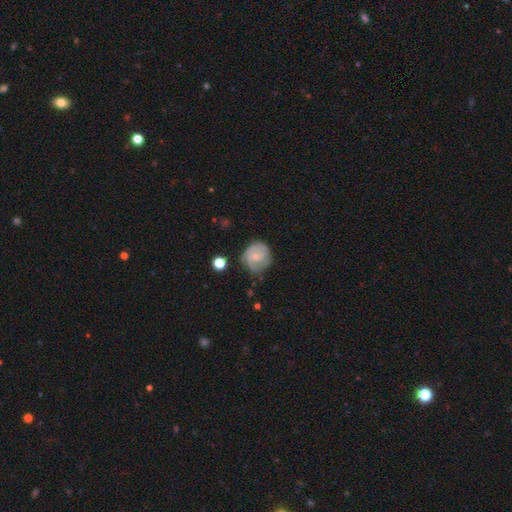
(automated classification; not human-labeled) Smooth or featured?
  - featured or disk: 66% *
  - smooth: 27%
  - star or artifact: 7%
Edge-on disk?
  - no: 98% *
  - yes: 2%
Bar?
  - no: 70% *
  - weak: 26%
  - strong: 4%
Spiral arms?
  - yes: 90% *
  - no: 10%
Spiral winding?
  - tight: 55% *
  - medium: 34%
  - loose: 11%
Spiral arm count?
  - 2: 38% *
  - can't tell: 26%
  - 3: 22%
  - 1: 6%
  - 4: 4%
  - more than 4: 3%
Bulge size?
  - small: 70% *
  - moderate: 24%
  - none: 4%
  - large: 1%
  - dominant: 1%
Merging?
  - none: 63% *
  - minor disturbance: 25%
  - major disturbance: 9%
  - merger: 2%